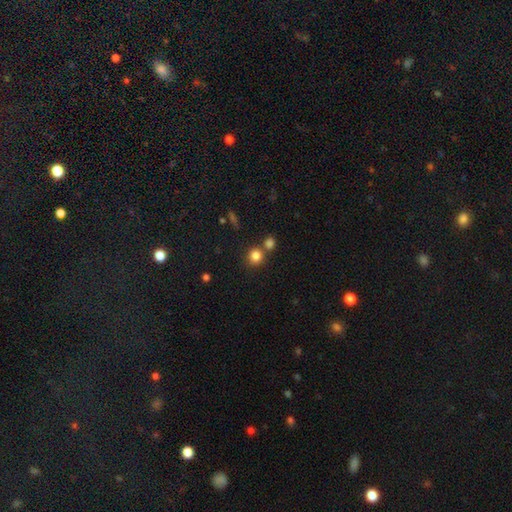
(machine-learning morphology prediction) Smooth or featured: smooth — 82% (star or artifact — 12%)
How rounded: round — 88% (in between — 11%)
Merging: none — 67% (merger — 22%)